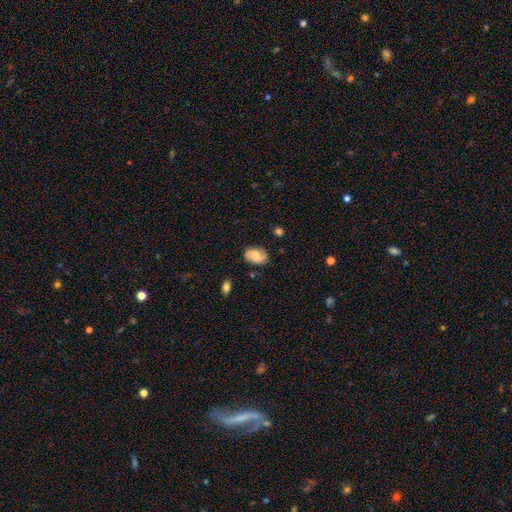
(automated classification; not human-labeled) smooth_or_featured: smooth (p=0.51) [alt: featured or disk p=0.41]
how_rounded: in between (p=0.80) [alt: round p=0.19]
merging: none (p=0.76) [alt: minor disturbance p=0.18]